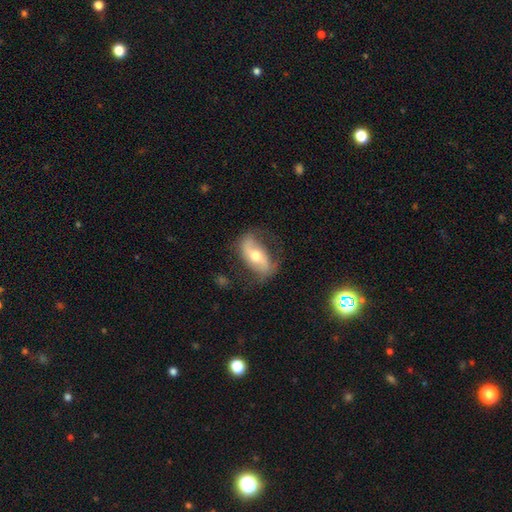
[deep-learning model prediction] A featured or disk galaxy (66%) with a strong bar (37%), spiral arms (77%) and a moderate central bulge (71%).

Vote fractions:
- Smooth or featured? featured or disk: 66% / smooth: 27% / star or artifact: 6%
- Edge-on disk? no: 88% / yes: 12%
- Bar? strong: 37% / no: 33% / weak: 30%
- Spiral arms? yes: 77% / no: 23%
- Bulge size? moderate: 71% / small: 21% / large: 6% / dominant: 1% / none: 1%
- Merging? none: 69% / minor disturbance: 20% / major disturbance: 10% / merger: 2%